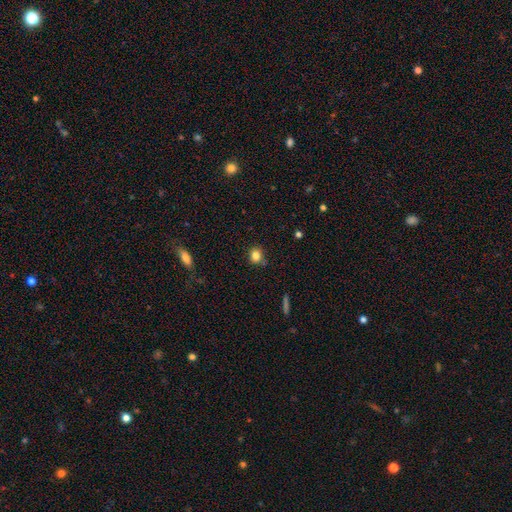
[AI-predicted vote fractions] Smooth or featured: smooth — 82% (star or artifact — 12%)
How rounded: round — 76% (in between — 23%)
Merging: none — 79% (minor disturbance — 14%)